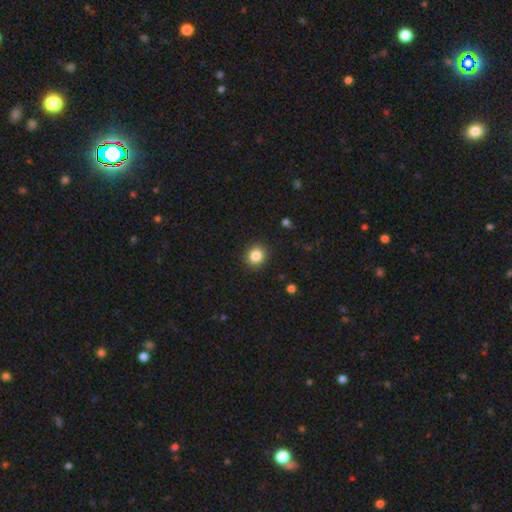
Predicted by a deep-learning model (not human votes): Morphology: type=smooth (84%); roundness=round (85%); merging=none (91%).